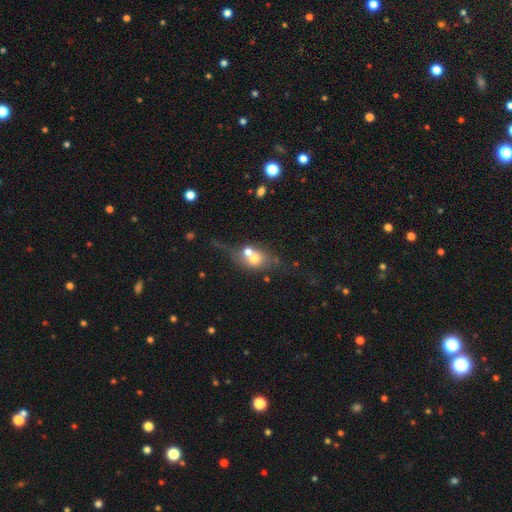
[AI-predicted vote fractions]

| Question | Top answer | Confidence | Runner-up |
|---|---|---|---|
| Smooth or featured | smooth | 47% | featured or disk (37%) |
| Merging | merger | 48% | none (33%) |